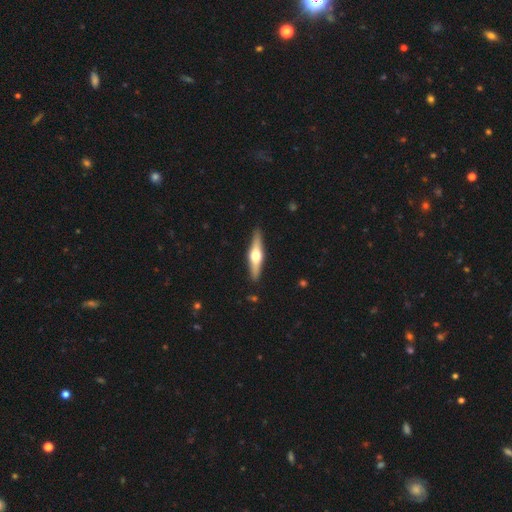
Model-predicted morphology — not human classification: Smooth or featured?
  - featured or disk: 64% *
  - smooth: 31%
  - star or artifact: 5%
Edge-on disk?
  - yes: 96% *
  - no: 4%
Edge-on bulge?
  - rounded: 95% *
  - boxy: 3%
  - none: 2%
Merging?
  - none: 90% *
  - minor disturbance: 7%
  - major disturbance: 2%
  - merger: 1%